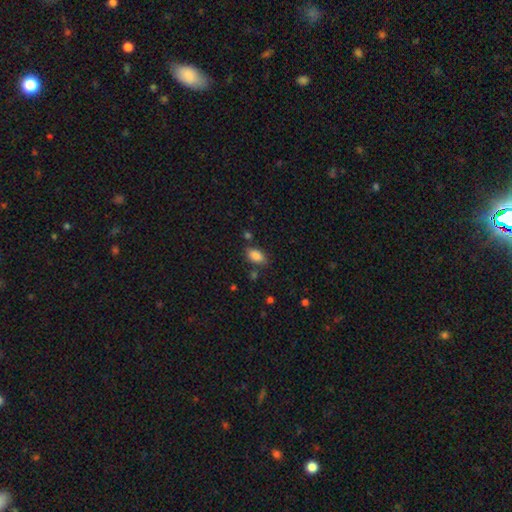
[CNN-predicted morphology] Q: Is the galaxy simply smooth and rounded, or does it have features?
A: smooth — 86%.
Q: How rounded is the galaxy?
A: in between — 91%.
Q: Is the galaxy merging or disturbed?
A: none — 77%.